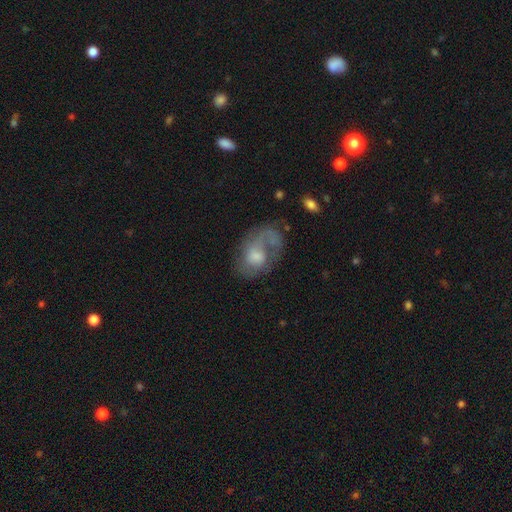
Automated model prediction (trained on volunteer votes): Smooth or featured? featured or disk (60%)
Edge-on disk? no (96%)
Bar? no (72%)
Spiral arms? yes (72%)
Bulge size? moderate (46%)
Merging? none (46%)